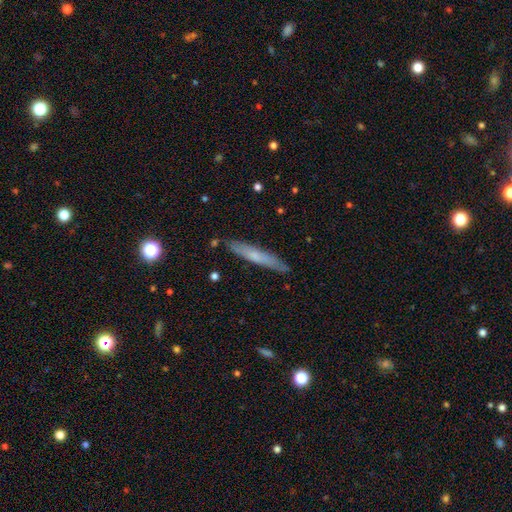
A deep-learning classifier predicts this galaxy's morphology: smooth 54%, featured or disk 40%, star or artifact 6%. Down the decision tree: how rounded — cigar-shaped (93%); merging — none (86%).